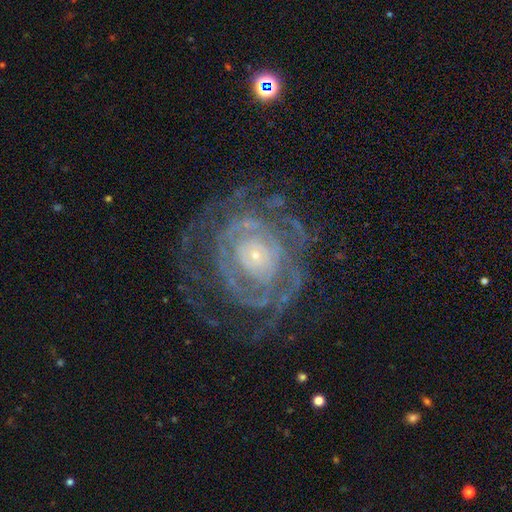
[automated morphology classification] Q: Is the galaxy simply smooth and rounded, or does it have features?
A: featured or disk — 85%.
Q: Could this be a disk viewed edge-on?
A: no — 97%.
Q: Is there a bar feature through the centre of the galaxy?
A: no — 80%.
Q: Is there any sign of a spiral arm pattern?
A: yes — 89%.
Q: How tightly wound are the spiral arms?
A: tight — 76%.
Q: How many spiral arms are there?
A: can't tell — 40%.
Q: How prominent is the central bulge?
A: small — 82%.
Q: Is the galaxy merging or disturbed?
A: none — 68%.